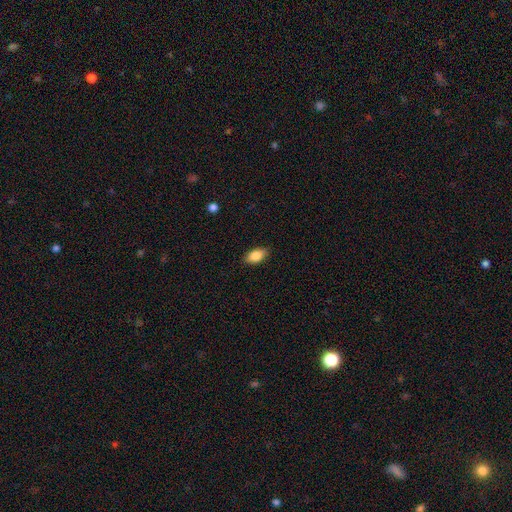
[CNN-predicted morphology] smooth 85%, featured or disk 8%, star or artifact 7%. Down the decision tree: how rounded — in between (90%); merging — none (87%).